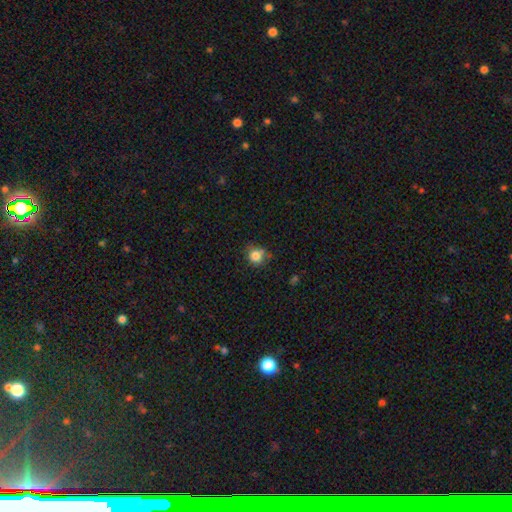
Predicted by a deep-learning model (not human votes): A smooth galaxy with no disk features (82%) that is round (82%).

Vote fractions:
- Smooth or featured? smooth: 82% / star or artifact: 11% / featured or disk: 7%
- How rounded? round: 82% / in between: 17% / cigar-shaped: 1%
- Merging? none: 66% / minor disturbance: 22% / merger: 6% / major disturbance: 5%